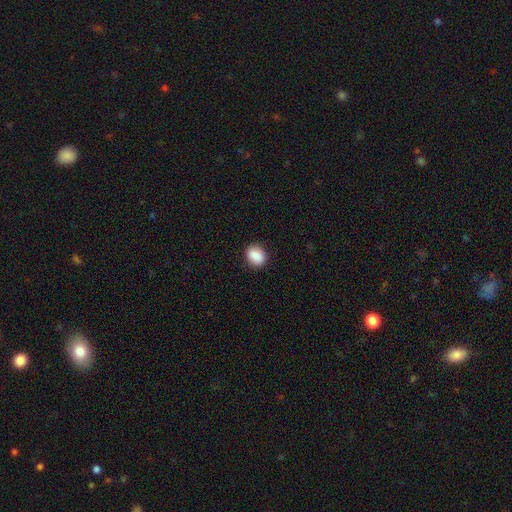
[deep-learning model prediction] This is clearly a smooth galaxy (87%). How rounded: possibly in between (52%). Merging: clearly none (86%).